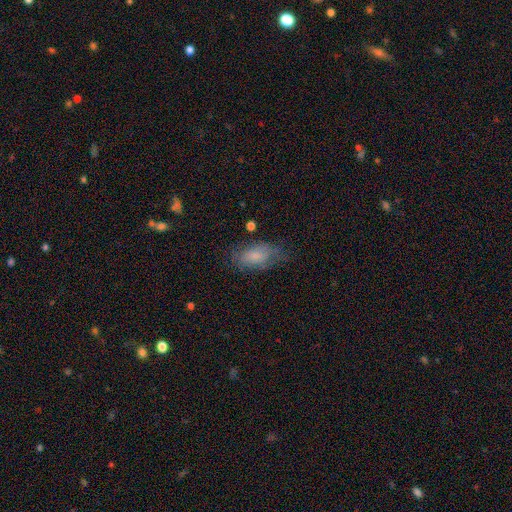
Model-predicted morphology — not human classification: Smooth or featured? Predicted: smooth (p=0.75). How rounded? Predicted: in between (p=0.90). Merging? Predicted: none (p=0.64).